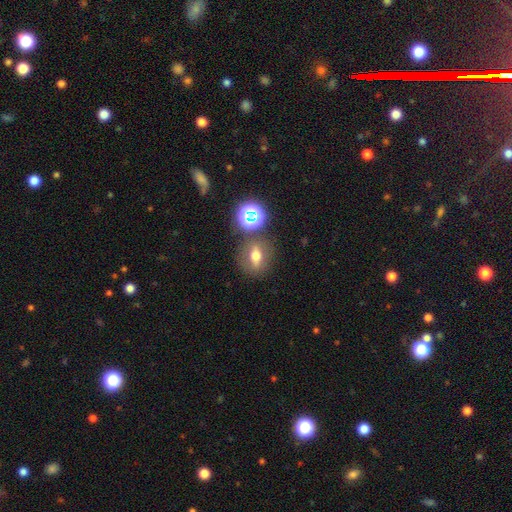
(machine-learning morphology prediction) Smooth or featured? smooth (50%)
Merging? none (73%)